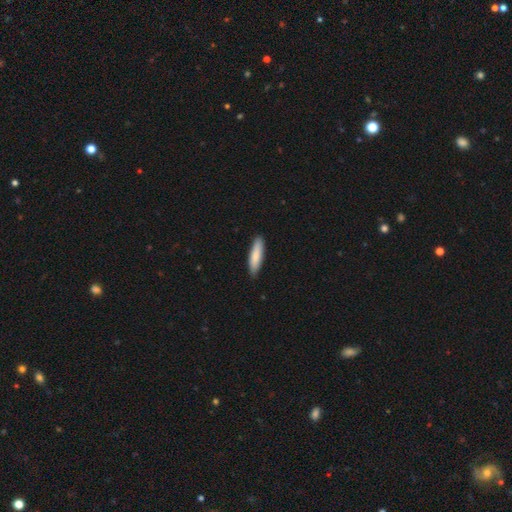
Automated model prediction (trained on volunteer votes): A smooth galaxy with no disk features (84%) that is cigar-shaped (72%). Merging: none (89%).